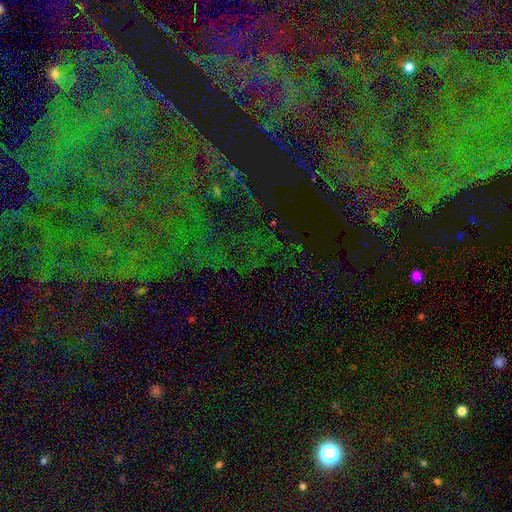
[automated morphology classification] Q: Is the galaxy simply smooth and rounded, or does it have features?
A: star or artifact — 73%.